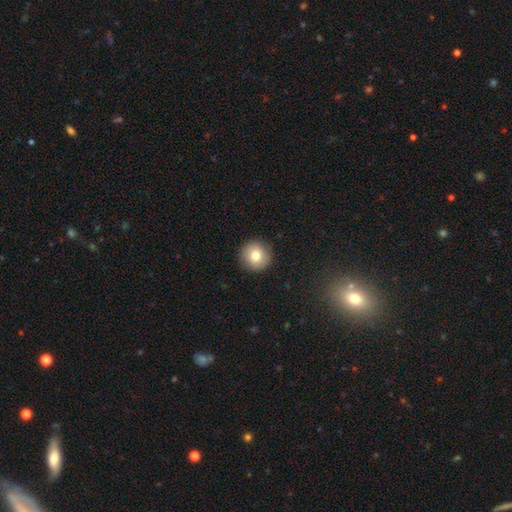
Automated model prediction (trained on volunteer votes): A smooth galaxy with no disk features (80%) that is round (95%).

Vote fractions:
- Smooth or featured? smooth: 80% / featured or disk: 11% / star or artifact: 9%
- How rounded? round: 95% / in between: 4% / cigar-shaped: 1%
- Merging? none: 92% / minor disturbance: 6% / major disturbance: 2% / merger: 1%